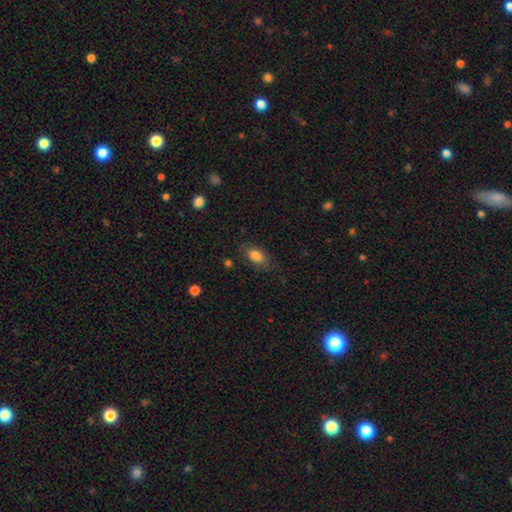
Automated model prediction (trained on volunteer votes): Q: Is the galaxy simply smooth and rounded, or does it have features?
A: smooth — 81%.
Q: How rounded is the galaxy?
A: in between — 88%.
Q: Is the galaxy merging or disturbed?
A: none — 73%.